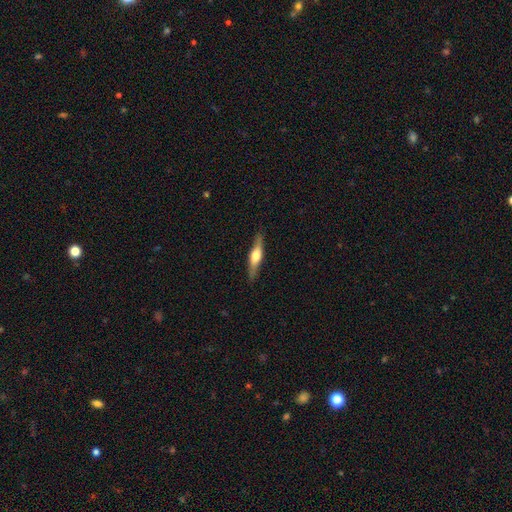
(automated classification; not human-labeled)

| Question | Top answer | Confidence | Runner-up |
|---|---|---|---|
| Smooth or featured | featured or disk | 60% | smooth (35%) |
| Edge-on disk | yes | 95% | no (5%) |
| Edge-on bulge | rounded | 91% | boxy (7%) |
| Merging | none | 88% | minor disturbance (9%) |